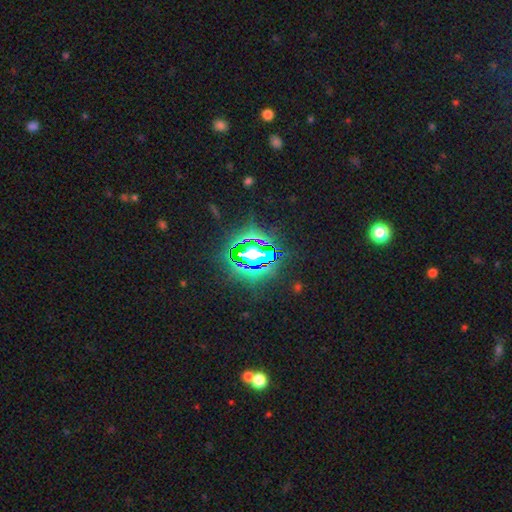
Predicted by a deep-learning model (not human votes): A star or artifact, not a galaxy (75%).